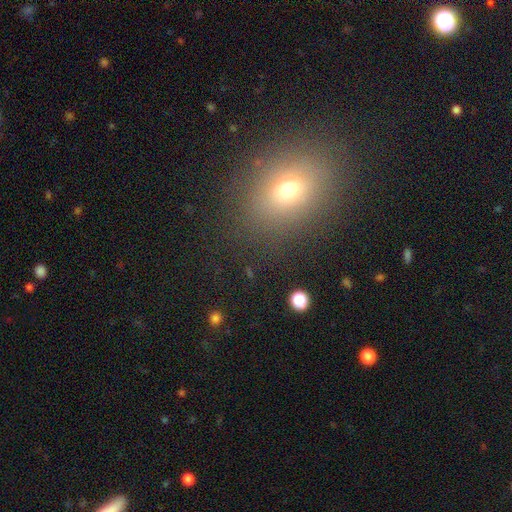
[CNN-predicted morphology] A smooth galaxy with no disk features (63%) that is in between round and cigar-shaped (59%). Merging: none (89%).